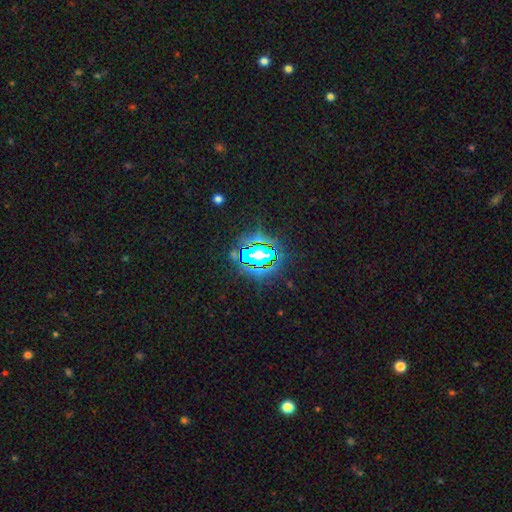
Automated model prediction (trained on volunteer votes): smooth-or-featured: star or artifact: 78% | smooth: 14% | featured or disk: 9%